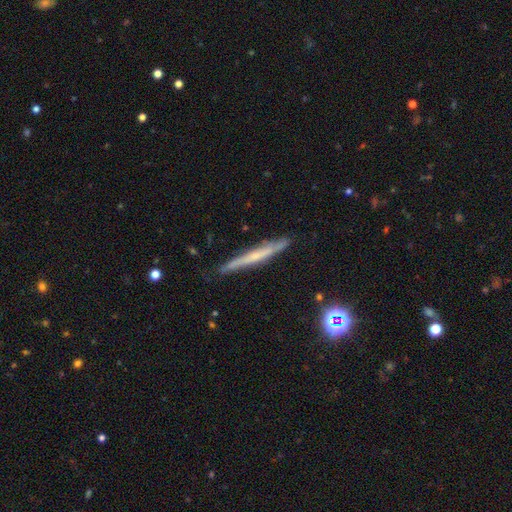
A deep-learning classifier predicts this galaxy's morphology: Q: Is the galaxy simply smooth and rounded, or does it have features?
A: featured or disk — 59%.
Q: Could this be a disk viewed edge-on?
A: yes — 93%.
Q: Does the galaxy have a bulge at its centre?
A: none — 65%.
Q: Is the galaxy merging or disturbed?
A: none — 84%.